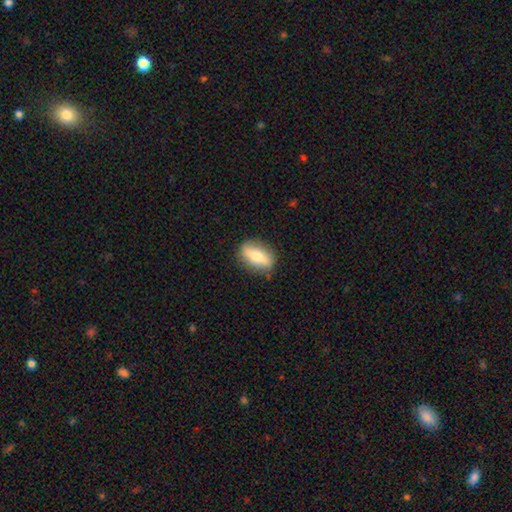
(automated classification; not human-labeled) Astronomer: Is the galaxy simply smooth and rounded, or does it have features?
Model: smooth — 57% (runner-up: featured or disk, 37%).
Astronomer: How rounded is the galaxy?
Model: in between — 78%.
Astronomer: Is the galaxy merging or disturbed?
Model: none — 82%.